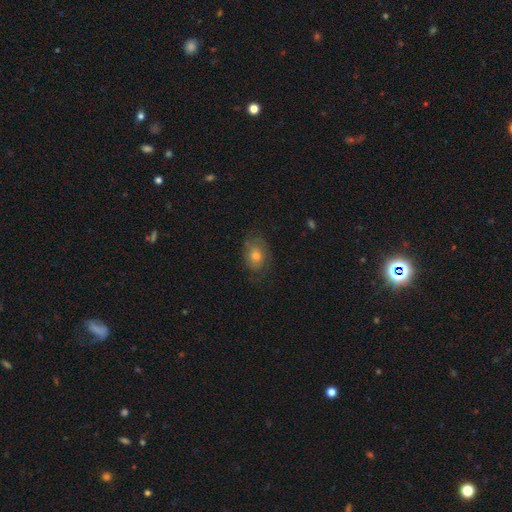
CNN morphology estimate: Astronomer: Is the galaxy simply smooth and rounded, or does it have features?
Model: smooth — 58%.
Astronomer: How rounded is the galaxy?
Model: in between — 69%.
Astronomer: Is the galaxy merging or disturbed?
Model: none — 72%.